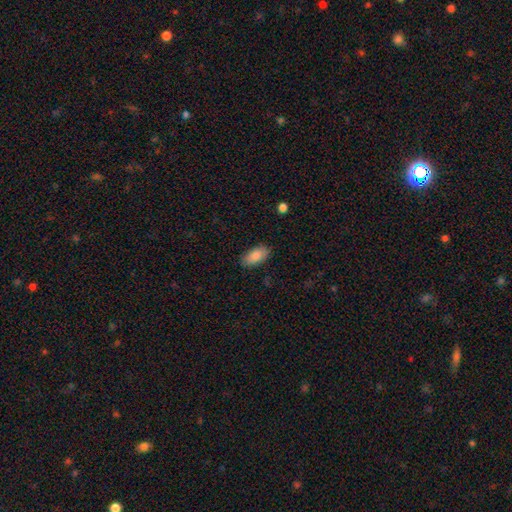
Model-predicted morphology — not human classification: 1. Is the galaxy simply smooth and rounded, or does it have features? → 87% smooth, 7% star or artifact, 6% featured or disk.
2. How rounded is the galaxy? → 92% in between, 5% cigar-shaped, 2% round.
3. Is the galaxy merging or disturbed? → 85% none, 11% minor disturbance, 3% major disturbance, 1% merger.